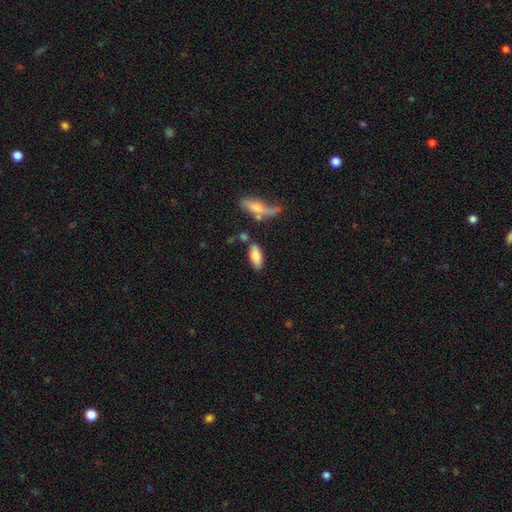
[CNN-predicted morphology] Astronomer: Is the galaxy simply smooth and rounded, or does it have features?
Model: smooth — 81%.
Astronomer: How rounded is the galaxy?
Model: in between — 83%.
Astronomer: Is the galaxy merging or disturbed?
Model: none — 72%.